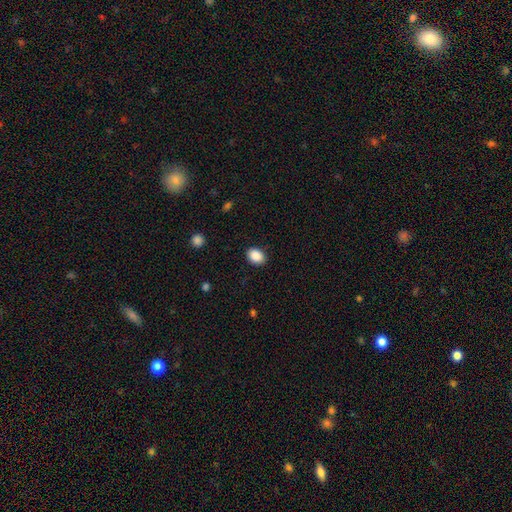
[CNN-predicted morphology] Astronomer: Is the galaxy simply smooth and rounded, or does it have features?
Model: smooth — 89%.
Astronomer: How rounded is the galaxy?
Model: in between — 73%.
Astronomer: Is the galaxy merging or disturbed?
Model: none — 89%.